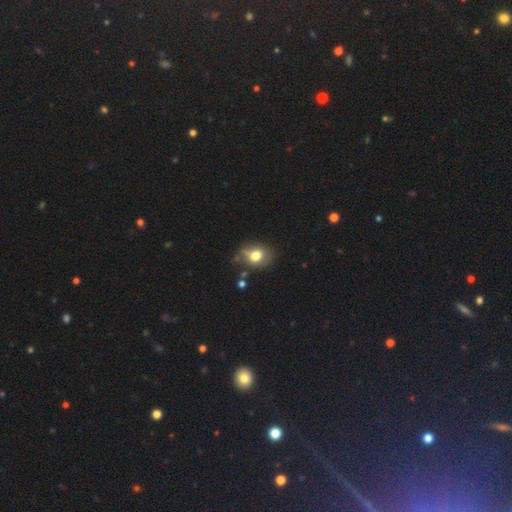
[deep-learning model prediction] Overall: smooth (71%). How rounded: in between (55%; round 43%). Merging: none (60%; minor disturbance 26%).